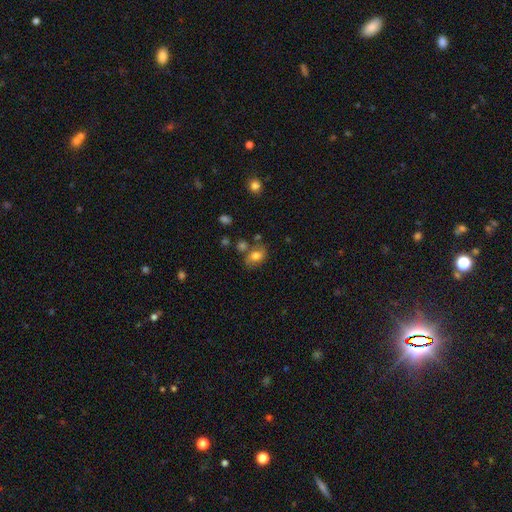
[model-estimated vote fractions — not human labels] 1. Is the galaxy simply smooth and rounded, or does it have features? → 73% smooth, 18% featured or disk, 9% star or artifact.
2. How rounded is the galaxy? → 74% in between, 25% round, 1% cigar-shaped.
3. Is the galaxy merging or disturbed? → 61% none, 20% minor disturbance, 12% merger, 7% major disturbance.